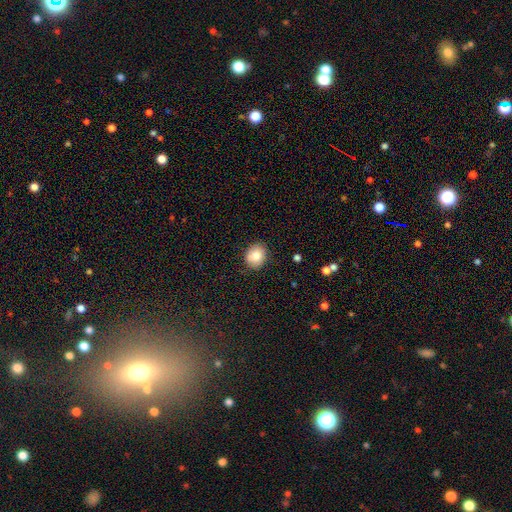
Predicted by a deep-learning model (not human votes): smooth_or_featured: smooth (p=0.83) [alt: featured or disk p=0.09]
how_rounded: round (p=0.59) [alt: in between p=0.40]
merging: none (p=0.86) [alt: minor disturbance p=0.11]